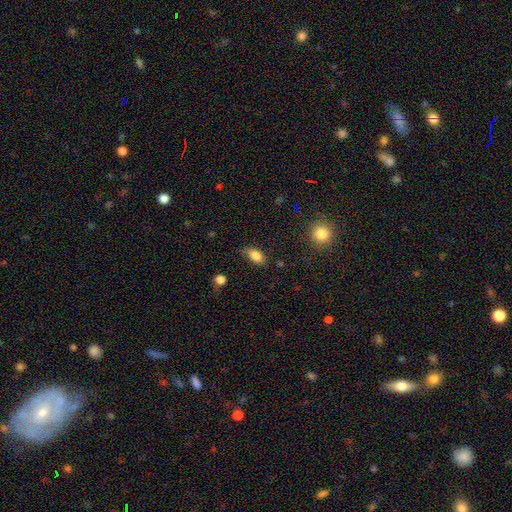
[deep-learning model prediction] Smooth or featured? smooth (83%)
How rounded? in between (89%)
Merging? none (70%)